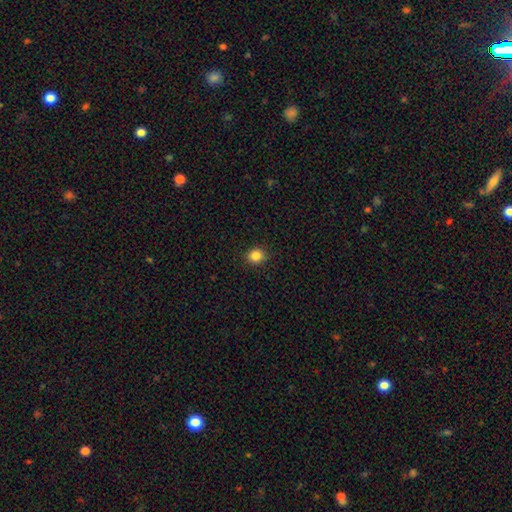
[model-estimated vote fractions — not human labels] smooth 85%, star or artifact 11%, featured or disk 4%. Down the decision tree: how rounded — round (75%); merging — none (90%).